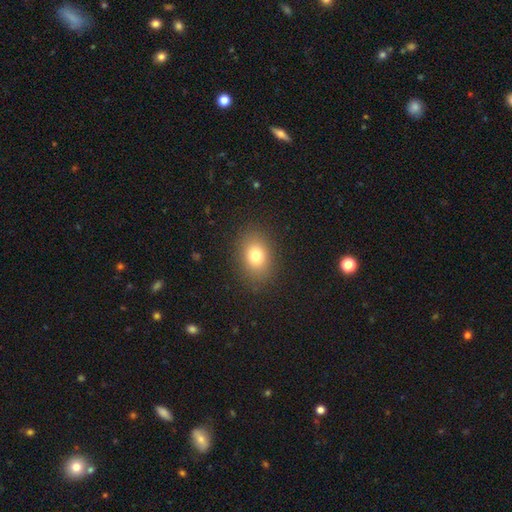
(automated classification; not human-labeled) Smooth or featured? smooth (78%)
How rounded? in between (65%)
Merging? none (87%)